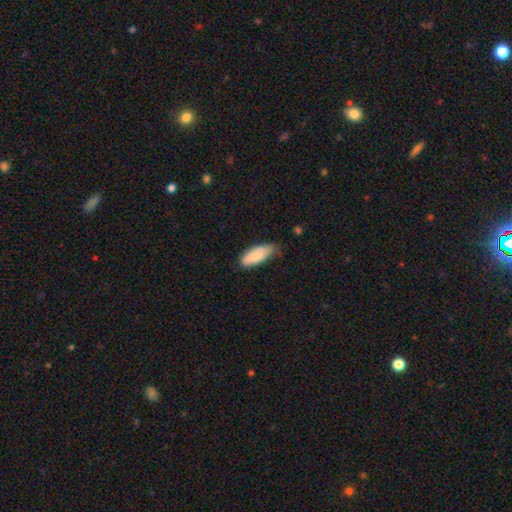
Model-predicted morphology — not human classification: Smooth or featured? Predicted: smooth (p=0.83). How rounded? Predicted: in between (p=0.81). Merging? Predicted: none (p=0.54).